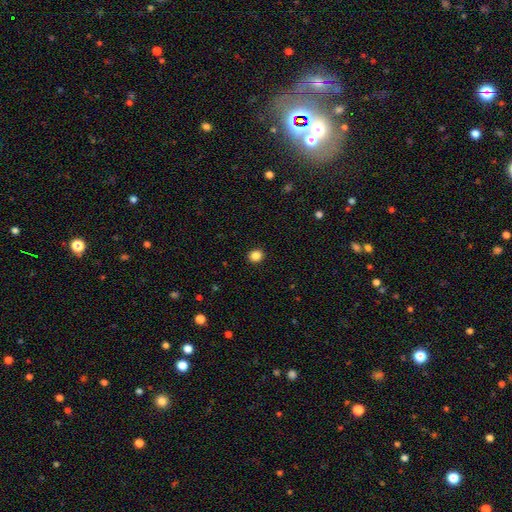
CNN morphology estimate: smooth 85%, star or artifact 11%, featured or disk 3%. Down the decision tree: how rounded — round (72%); merging — none (92%).